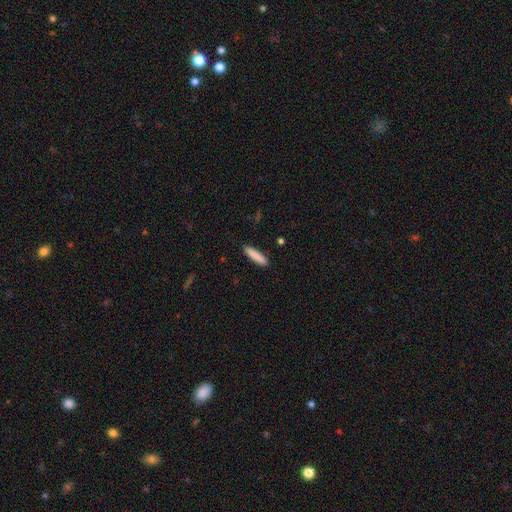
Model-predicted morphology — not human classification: Smooth or featured?
  - smooth: 87% *
  - featured or disk: 7%
  - star or artifact: 6%
How rounded?
  - cigar-shaped: 83% *
  - in between: 16%
  - round: 1%
Merging?
  - none: 90% *
  - minor disturbance: 7%
  - major disturbance: 2%
  - merger: 1%